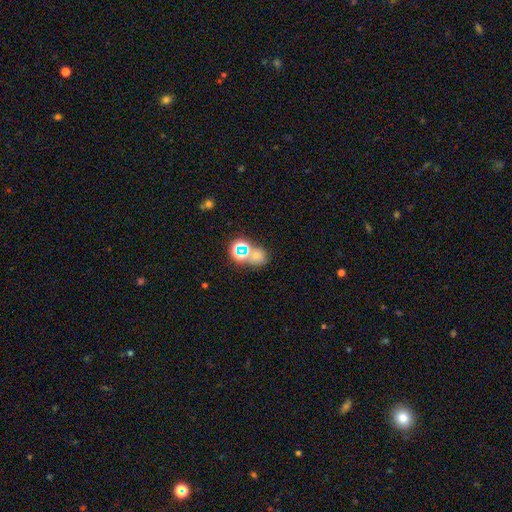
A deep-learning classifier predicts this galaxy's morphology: A smooth galaxy with no disk features (52%) that is round (58%).

Vote fractions:
- Smooth or featured? smooth: 52% / star or artifact: 36% / featured or disk: 12%
- How rounded? round: 58% / in between: 41% / cigar-shaped: 1%
- Merging? none: 53% / merger: 31% / minor disturbance: 11% / major disturbance: 6%